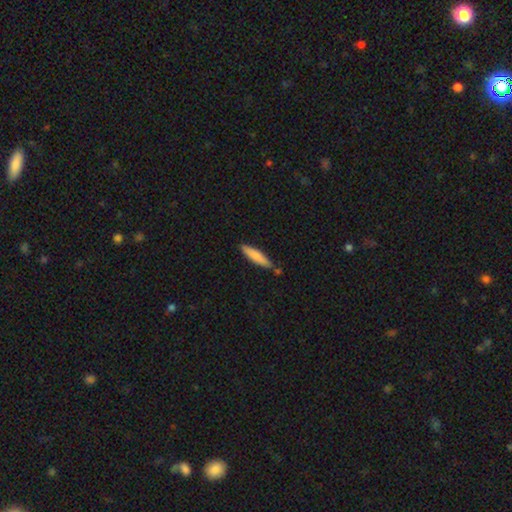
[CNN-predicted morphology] Smooth or featured?
  - smooth: 80% *
  - featured or disk: 15%
  - star or artifact: 5%
How rounded?
  - cigar-shaped: 84% *
  - in between: 15%
  - round: 1%
Merging?
  - none: 78% *
  - minor disturbance: 13%
  - merger: 6%
  - major disturbance: 2%